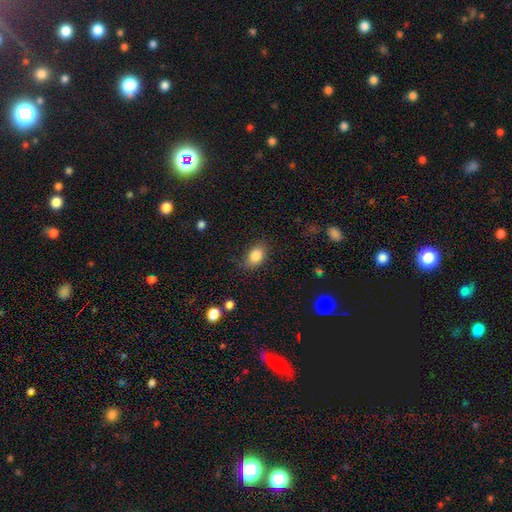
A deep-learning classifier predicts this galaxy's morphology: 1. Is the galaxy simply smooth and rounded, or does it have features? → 84% smooth, 8% star or artifact, 8% featured or disk.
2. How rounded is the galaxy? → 84% in between, 14% round, 1% cigar-shaped.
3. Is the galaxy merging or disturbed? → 76% none, 18% minor disturbance, 4% major disturbance, 1% merger.